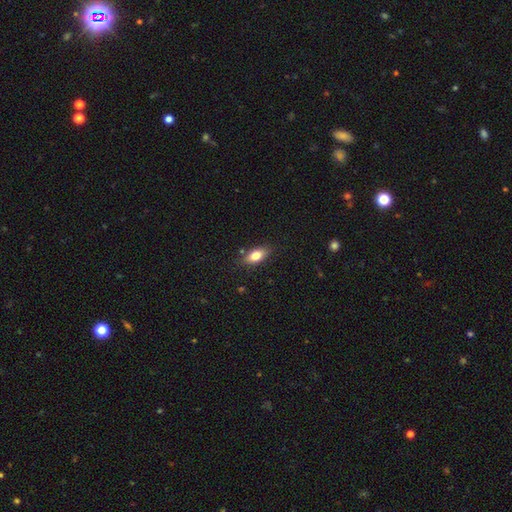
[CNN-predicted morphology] type=smooth (77%); roundness=in between (84%); merging=none (81%).